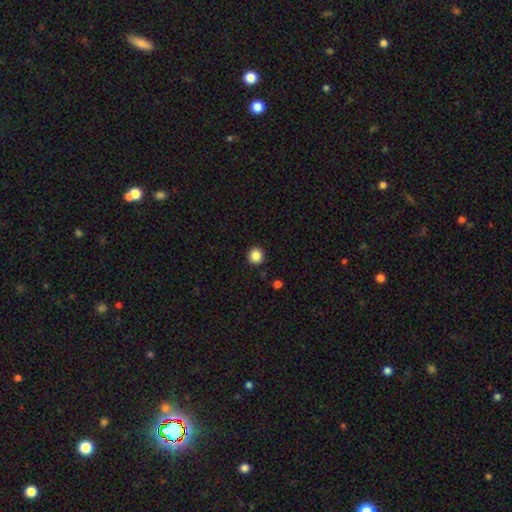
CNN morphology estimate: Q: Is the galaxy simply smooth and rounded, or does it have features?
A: smooth — 87%.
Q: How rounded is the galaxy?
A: round — 94%.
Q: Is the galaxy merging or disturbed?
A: none — 92%.